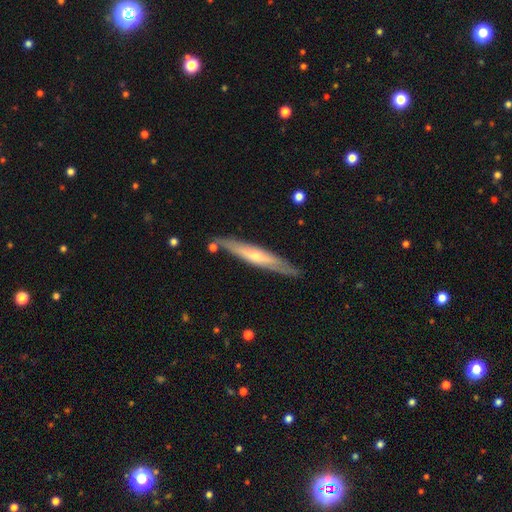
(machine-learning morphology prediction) This appears to be a featured or disk galaxy (64%) viewed edge-on (86%) with a rounded central bulge (73%). Merging: none (83%).